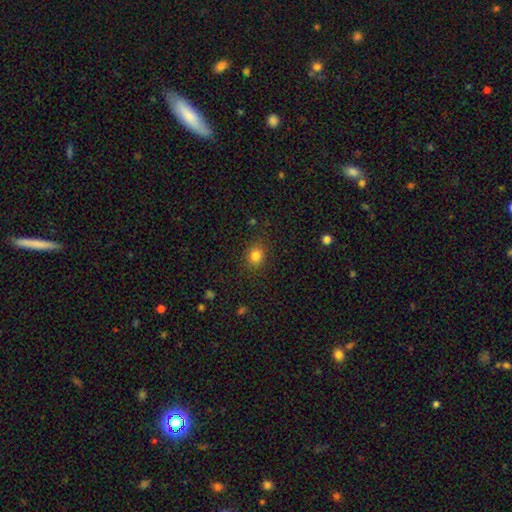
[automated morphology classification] smooth-or-featured: smooth: 83% | star or artifact: 12% | featured or disk: 5%
  how-rounded: round: 68% | in between: 31% | cigar-shaped: 1%
  merging: none: 87% | minor disturbance: 9% | major disturbance: 3% | merger: 1%